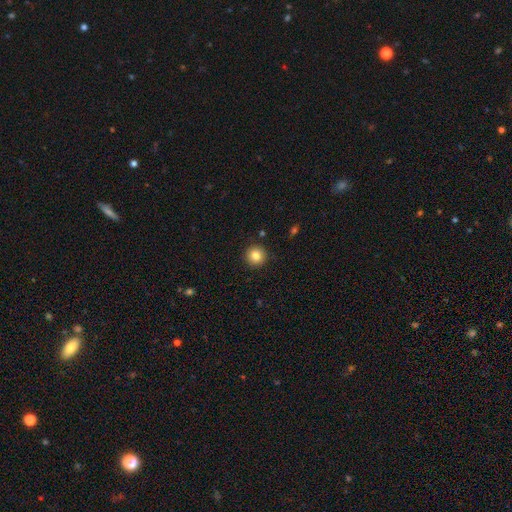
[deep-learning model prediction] Smooth or featured? Predicted: smooth (p=0.84). How rounded? Predicted: round (p=0.95). Merging? Predicted: none (p=0.92).